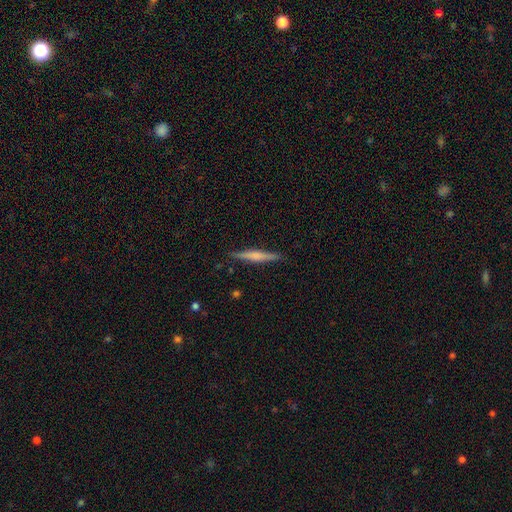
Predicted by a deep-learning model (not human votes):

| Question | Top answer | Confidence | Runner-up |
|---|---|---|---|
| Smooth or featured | featured or disk | 53% | smooth (41%) |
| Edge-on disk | yes | 98% | no (2%) |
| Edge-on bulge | rounded | 57% | none (26%) |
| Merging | none | 90% | minor disturbance (7%) |